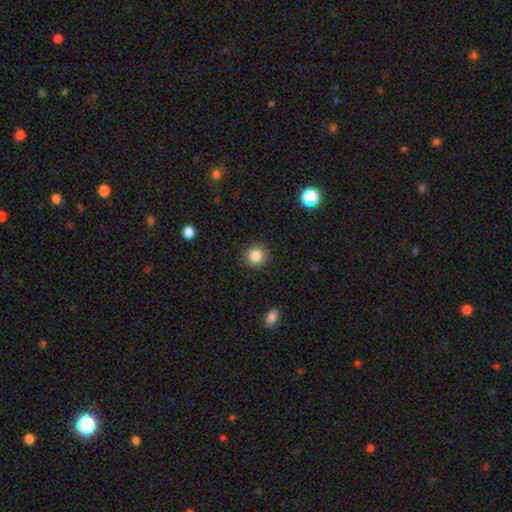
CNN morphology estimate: Smooth or featured?
  - smooth: 85% *
  - star or artifact: 10%
  - featured or disk: 5%
How rounded?
  - round: 92% *
  - in between: 7%
  - cigar-shaped: 1%
Merging?
  - none: 91% *
  - minor disturbance: 6%
  - major disturbance: 2%
  - merger: 1%